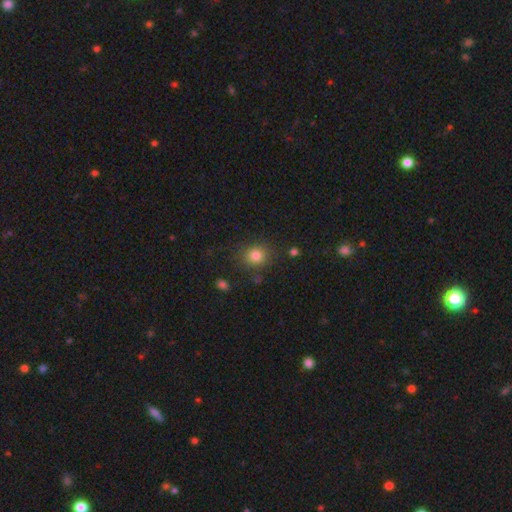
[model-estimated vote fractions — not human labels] This appears to be a smooth galaxy with no disk features (82%) that is round (80%). Merging: none (82%).